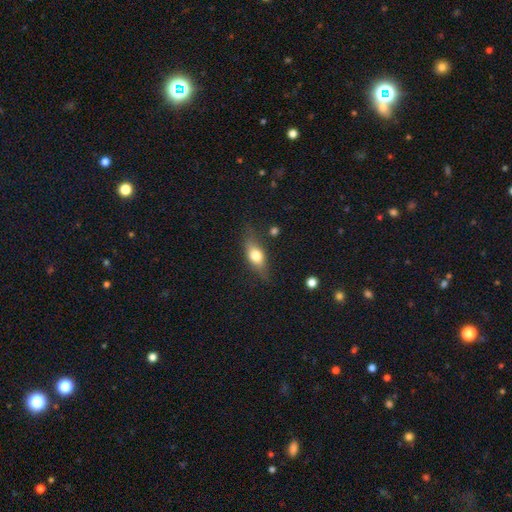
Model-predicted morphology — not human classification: smooth-or-featured: smooth: 65% | featured or disk: 28% | star or artifact: 7%
  how-rounded: in between: 70% | cigar-shaped: 21% | round: 9%
  merging: none: 70% | minor disturbance: 21% | major disturbance: 6% | merger: 2%